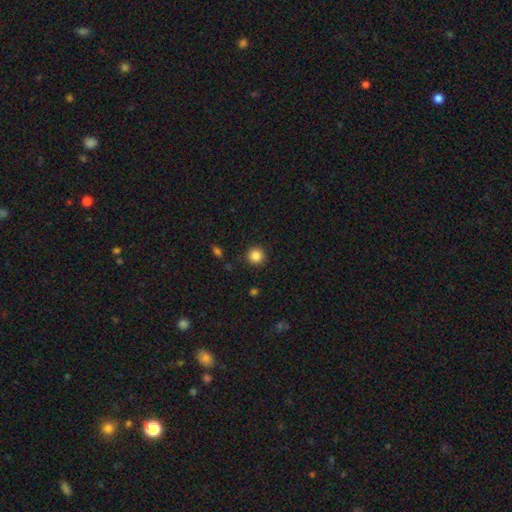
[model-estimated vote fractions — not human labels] Smooth or featured? smooth (86%)
How rounded? round (94%)
Merging? none (91%)